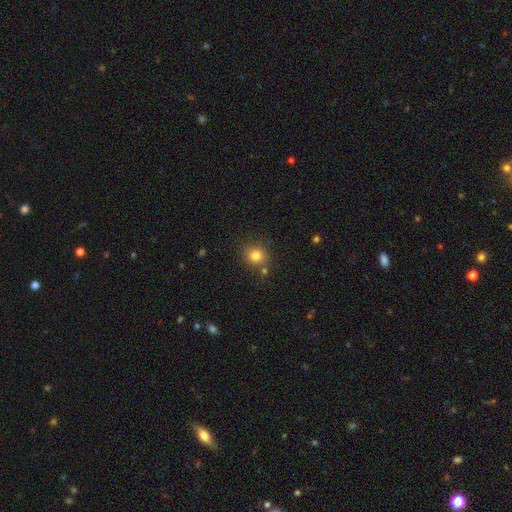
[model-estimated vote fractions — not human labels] A smooth galaxy with no disk features (81%) that is round (84%).

Vote fractions:
- Smooth or featured? smooth: 81% / star or artifact: 12% / featured or disk: 7%
- How rounded? round: 84% / in between: 15% / cigar-shaped: 1%
- Merging? none: 77% / minor disturbance: 11% / merger: 10% / major disturbance: 3%